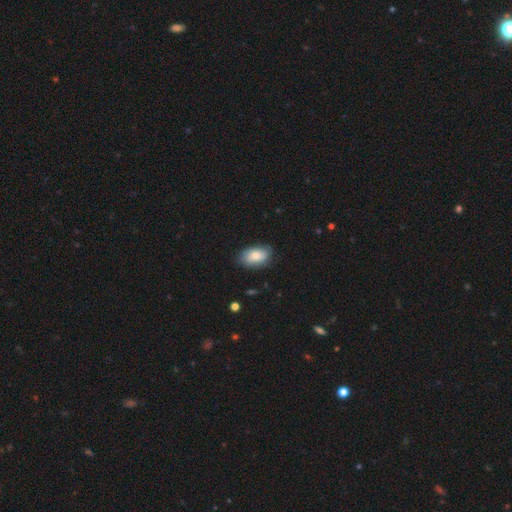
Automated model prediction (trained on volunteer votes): smooth-or-featured: smooth: 76% | featured or disk: 17% | star or artifact: 7%
  how-rounded: in between: 92% | round: 6% | cigar-shaped: 2%
  merging: none: 79% | minor disturbance: 17% | major disturbance: 3% | merger: 1%